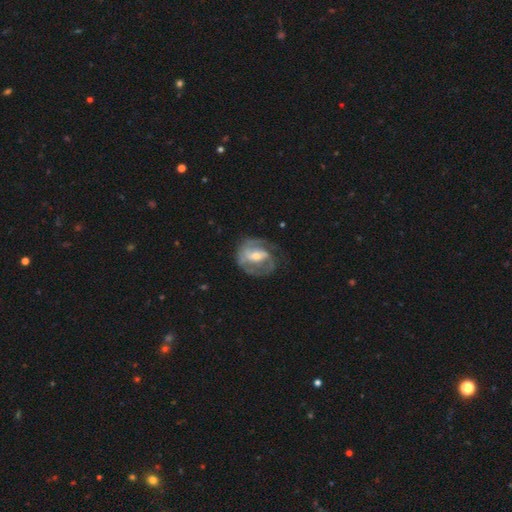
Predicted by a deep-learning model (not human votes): featured or disk 80%, smooth 14%, star or artifact 6%. Down the decision tree: edge-on disk — no (97%); bar — weak (41%); spiral arms — yes (85%); spiral arm count — 2 (57%); spiral winding — medium (43%); bulge size — moderate (55%); merging — none (58%).